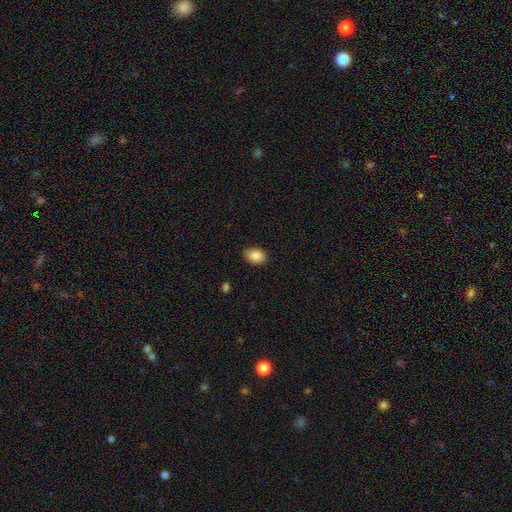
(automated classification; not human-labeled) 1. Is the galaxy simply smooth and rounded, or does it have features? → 88% smooth, 8% star or artifact, 4% featured or disk.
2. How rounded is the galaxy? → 77% in between, 22% round, 1% cigar-shaped.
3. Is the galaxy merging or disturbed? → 84% none, 12% minor disturbance, 2% major disturbance, 1% merger.